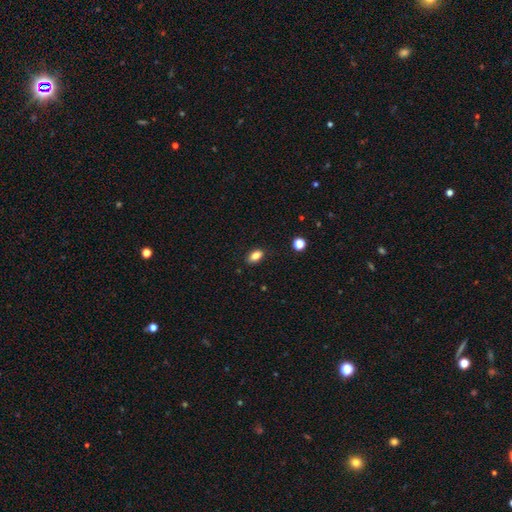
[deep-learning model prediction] Morphology: type=smooth (84%); roundness=in between (87%); merging=none (86%).